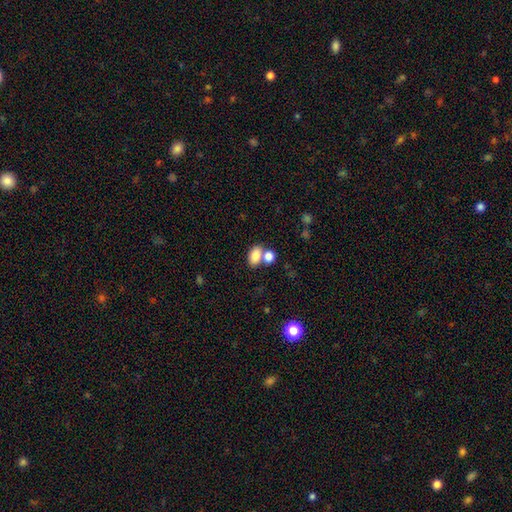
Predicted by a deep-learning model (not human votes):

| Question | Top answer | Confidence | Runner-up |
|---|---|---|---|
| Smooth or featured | smooth | 82% | star or artifact (9%) |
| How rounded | in between | 84% | round (14%) |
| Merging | none | 45% | merger (41%) |